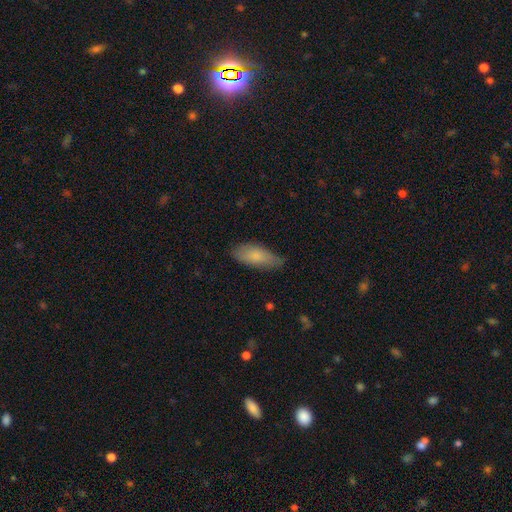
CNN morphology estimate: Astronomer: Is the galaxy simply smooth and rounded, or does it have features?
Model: smooth — 81%.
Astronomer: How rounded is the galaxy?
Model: in between — 79%.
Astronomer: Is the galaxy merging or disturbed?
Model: none — 68%.